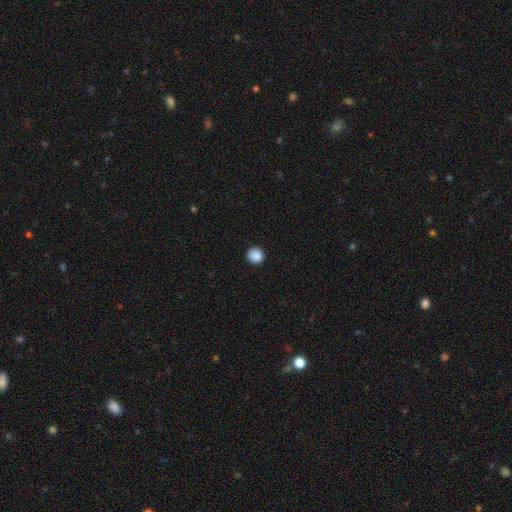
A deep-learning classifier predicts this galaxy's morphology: Smooth or featured?
  - smooth: 87% *
  - star or artifact: 9%
  - featured or disk: 3%
How rounded?
  - round: 95% *
  - in between: 4%
  - cigar-shaped: 1%
Merging?
  - none: 91% *
  - minor disturbance: 6%
  - major disturbance: 2%
  - merger: 1%